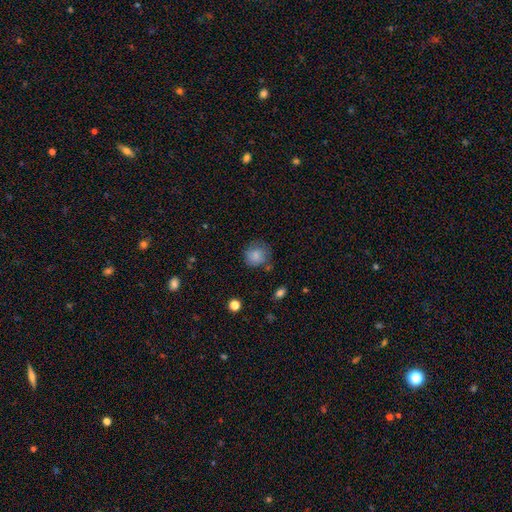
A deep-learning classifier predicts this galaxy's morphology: smooth 82%, star or artifact 9%, featured or disk 9%. Down the decision tree: how rounded — round (85%); merging — none (68%).